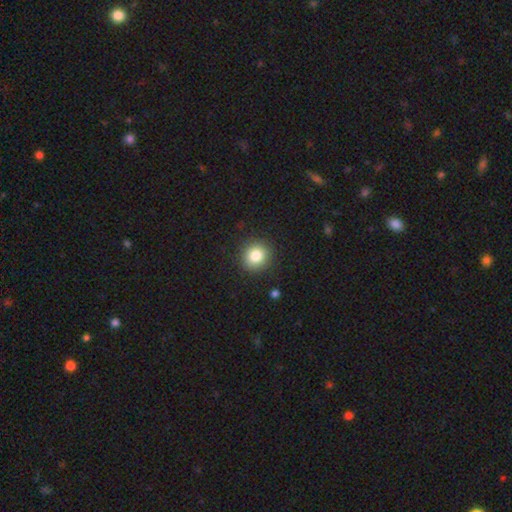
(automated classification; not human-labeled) A smooth galaxy with no disk features (83%) that is round (87%). Merging: none (90%).